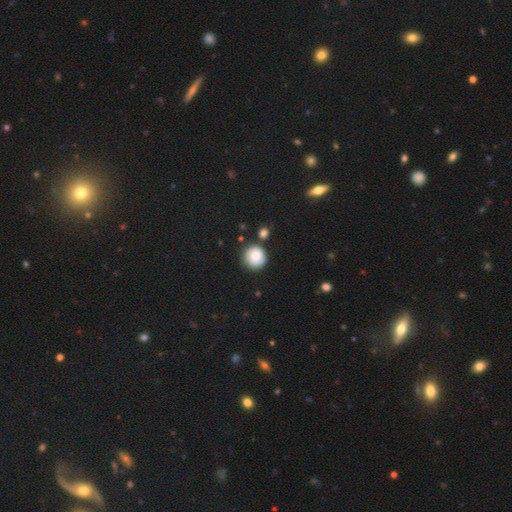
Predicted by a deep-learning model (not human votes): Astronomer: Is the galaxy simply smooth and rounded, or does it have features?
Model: smooth — 70%.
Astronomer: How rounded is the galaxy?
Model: round — 93%.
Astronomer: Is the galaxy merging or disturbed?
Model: none — 75%.